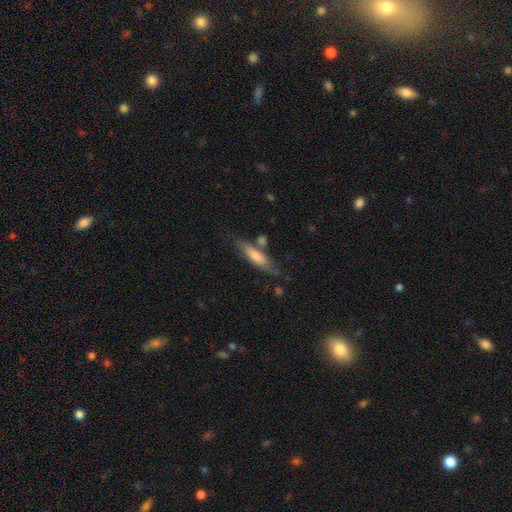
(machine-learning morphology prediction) type=smooth (62%); roundness=cigar-shaped (73%); merging=none (69%).